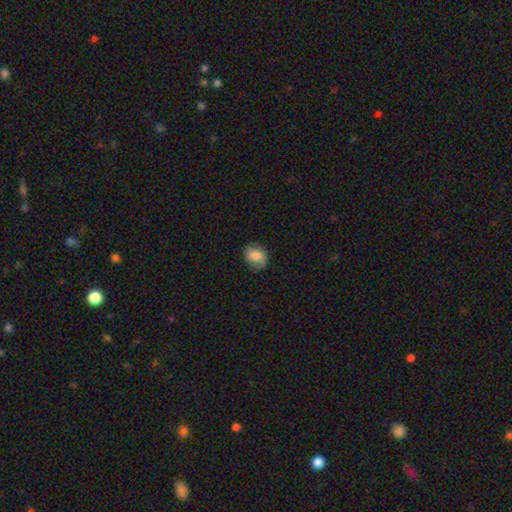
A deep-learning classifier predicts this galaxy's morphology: This appears to be a smooth galaxy with no disk features (80%) that is in between round and cigar-shaped (52%). Merging: none (80%).